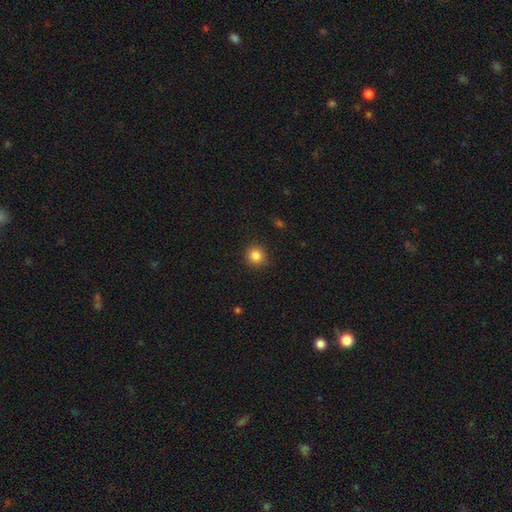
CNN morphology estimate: Overall: smooth (84%). How rounded: round (91%). Merging: none (89%).